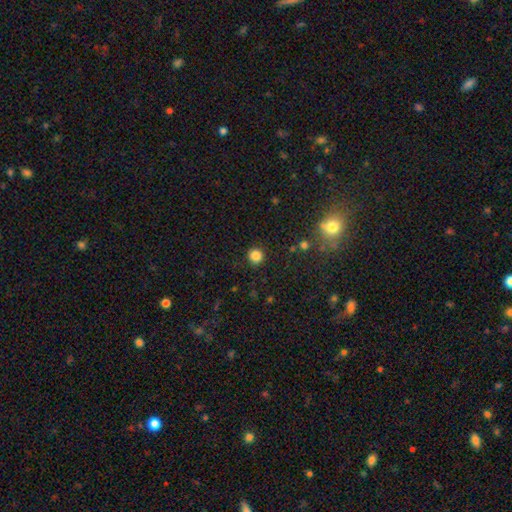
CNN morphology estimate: This appears to be a smooth galaxy with no disk features (84%) that is round (93%). Merging: none (91%).